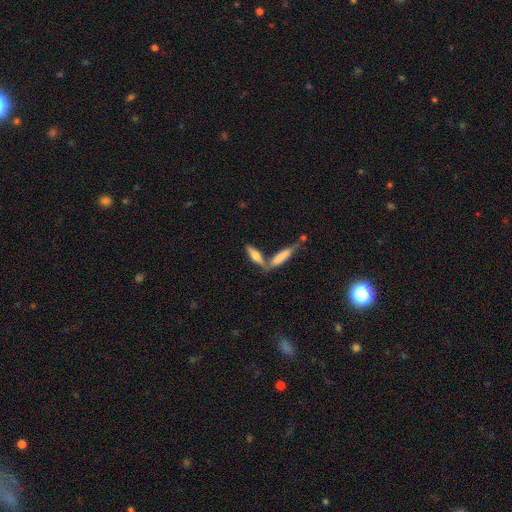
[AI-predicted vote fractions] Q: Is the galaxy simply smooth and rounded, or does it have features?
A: smooth — 56%.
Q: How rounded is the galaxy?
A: cigar-shaped — 63%.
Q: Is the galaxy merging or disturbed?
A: none — 50%.